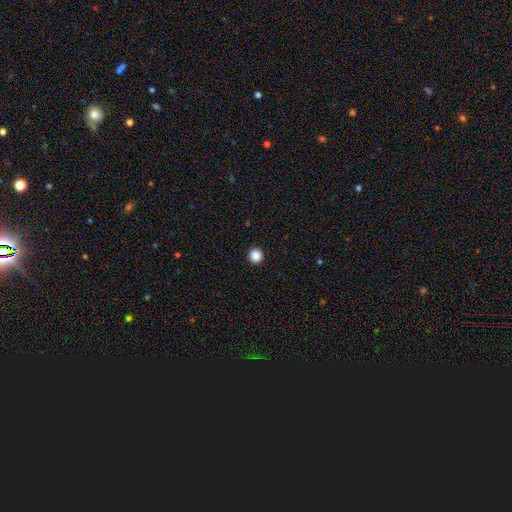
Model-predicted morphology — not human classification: This appears to be a smooth galaxy with no disk features (87%) that is round (93%). Merging: none (94%).